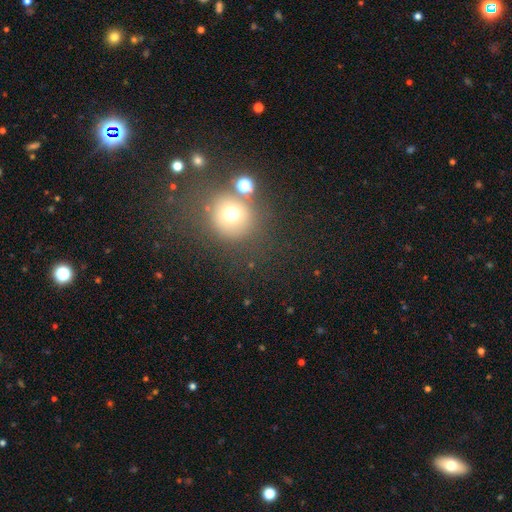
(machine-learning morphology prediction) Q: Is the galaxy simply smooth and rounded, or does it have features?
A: smooth — 51%.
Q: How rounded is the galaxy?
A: round — 80%.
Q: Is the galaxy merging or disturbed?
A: none — 73%.